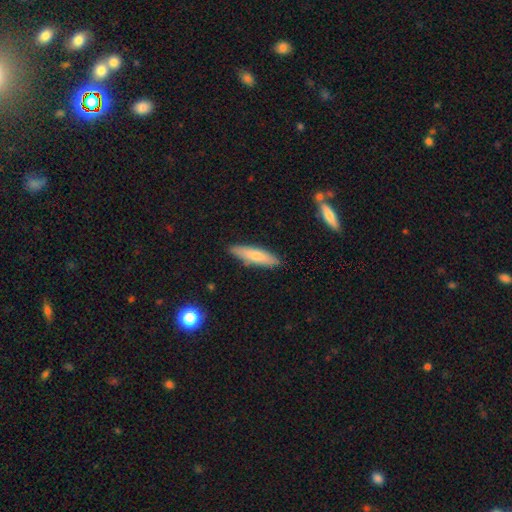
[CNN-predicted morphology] Smooth or featured? Predicted: smooth (p=0.73). How rounded? Predicted: cigar-shaped (p=0.70). Merging? Predicted: none (p=0.84).